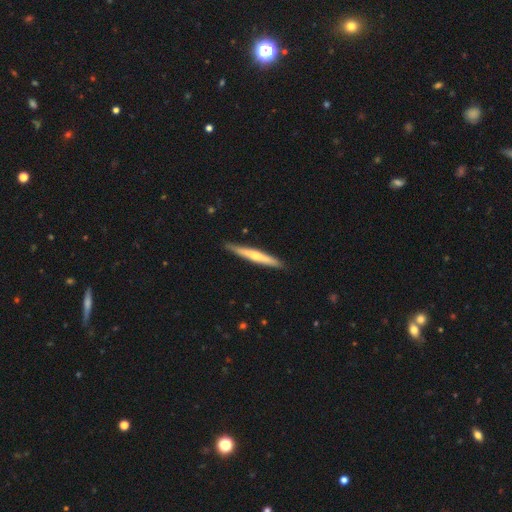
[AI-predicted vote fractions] Smooth or featured? Predicted: featured or disk (p=0.51). Edge-on disk? Predicted: yes (p=0.96). Merging? Predicted: none (p=0.88).